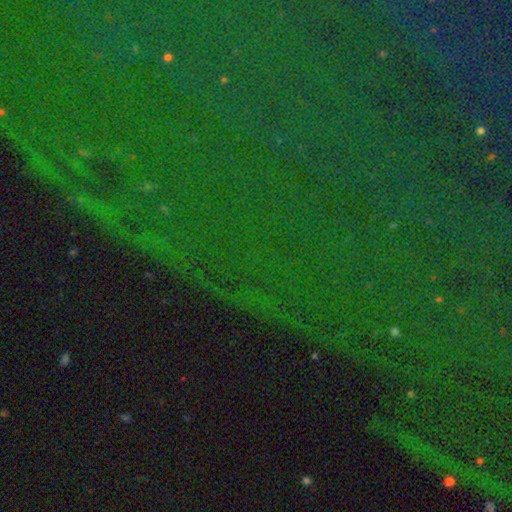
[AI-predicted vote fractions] A star or artifact, not a galaxy (84%).